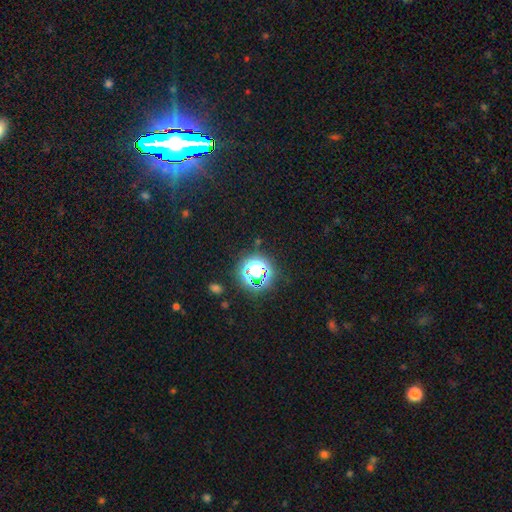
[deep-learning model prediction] Morphology: type=star or artifact (82%).